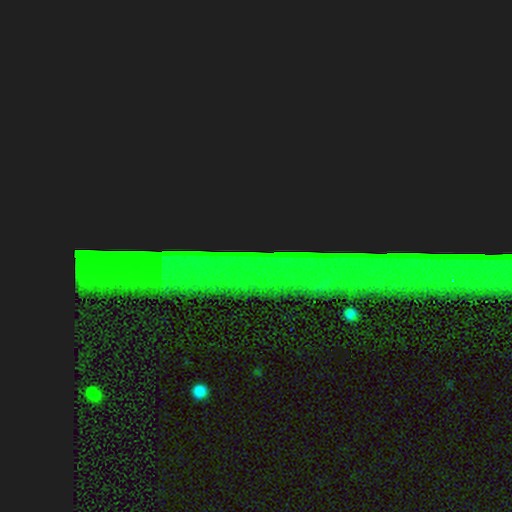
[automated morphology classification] Smooth or featured: star or artifact — 79% (featured or disk — 12%)